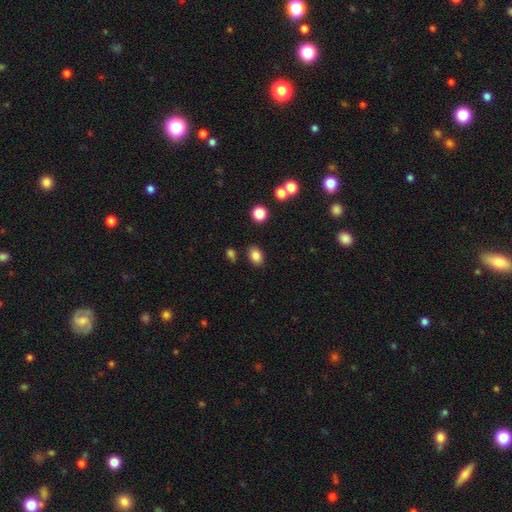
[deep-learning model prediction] Smooth or featured: smooth — 83% (star or artifact — 11%)
How rounded: in between — 74% (round — 25%)
Merging: none — 84% (minor disturbance — 9%)